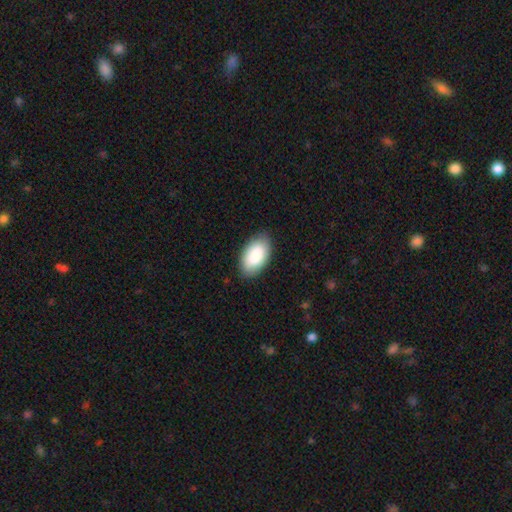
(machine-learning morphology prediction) smooth-or-featured: smooth: 88% | featured or disk: 7% | star or artifact: 6%
  how-rounded: in between: 96% | round: 3% | cigar-shaped: 2%
  merging: none: 84% | minor disturbance: 13% | major disturbance: 2% | merger: 1%